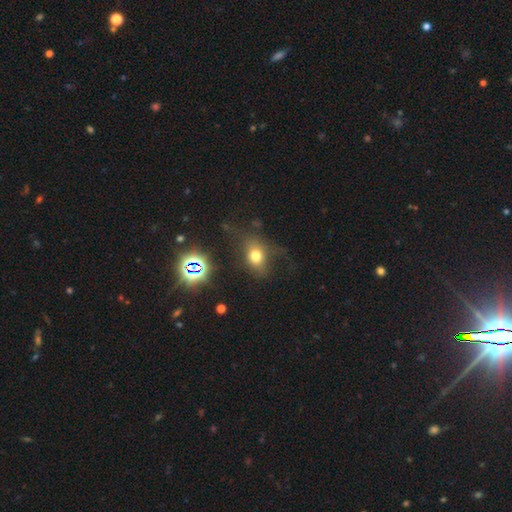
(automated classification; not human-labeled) The model was most divided on "how rounded": in between: 62%, round: 36%, cigar-shaped: 2%. More confident: smooth or featured — smooth (65%); merging — none (56%).